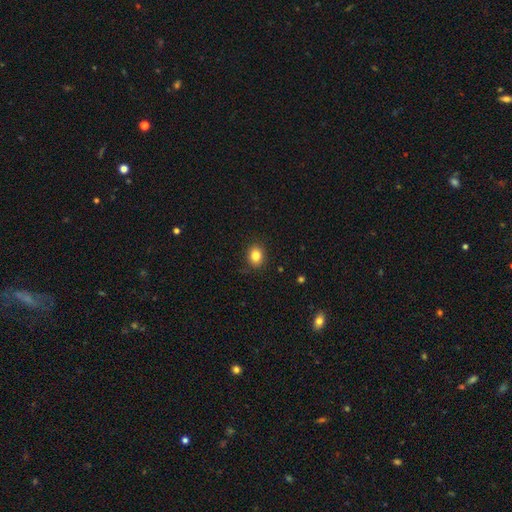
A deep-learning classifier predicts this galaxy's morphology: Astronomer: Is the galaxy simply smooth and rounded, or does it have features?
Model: smooth — 83%.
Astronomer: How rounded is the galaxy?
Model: round — 56% (runner-up: in between, 43%).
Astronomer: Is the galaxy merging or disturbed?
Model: none — 88%.